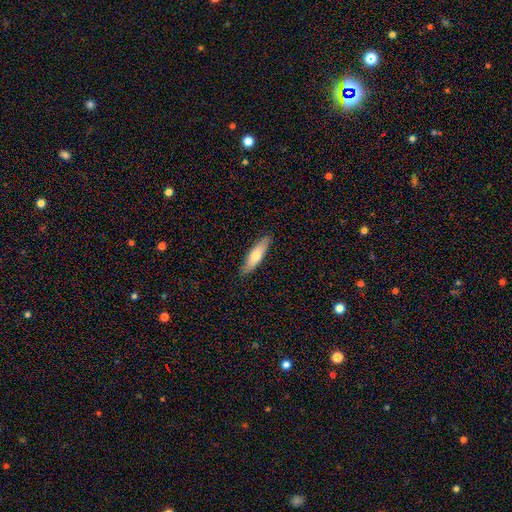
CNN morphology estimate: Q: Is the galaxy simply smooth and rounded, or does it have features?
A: smooth — 65%.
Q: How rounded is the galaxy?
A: cigar-shaped — 63%.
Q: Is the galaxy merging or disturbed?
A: none — 87%.